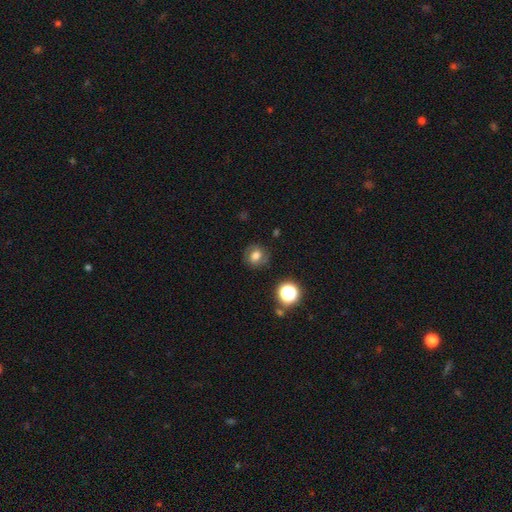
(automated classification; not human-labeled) Smooth or featured? Predicted: smooth (p=0.63). How rounded? Predicted: round (p=0.76). Merging? Predicted: none (p=0.80).